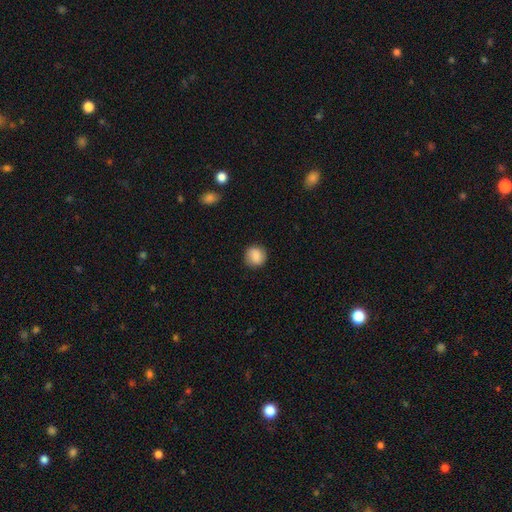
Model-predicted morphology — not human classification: This is clearly a smooth galaxy (85%). How rounded: clearly round (90%). Merging: clearly none (88%).